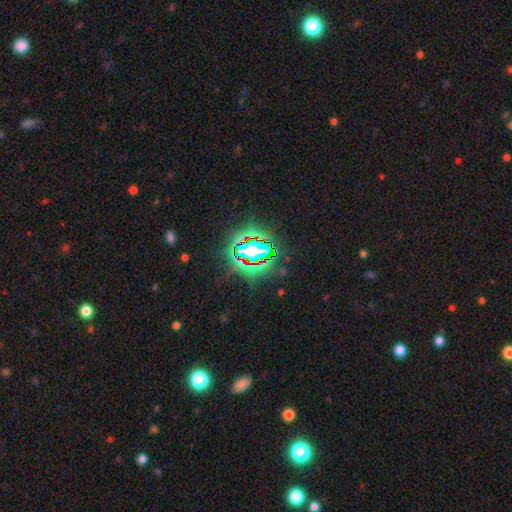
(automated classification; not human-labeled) Smooth or featured: star or artifact — 79% (smooth — 12%)